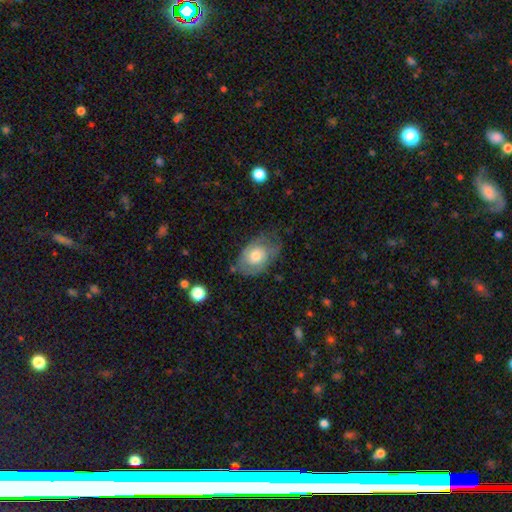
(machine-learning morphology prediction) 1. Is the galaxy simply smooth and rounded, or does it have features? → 49% smooth, 44% featured or disk, 7% star or artifact.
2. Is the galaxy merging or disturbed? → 48% none, 33% minor disturbance, 17% major disturbance, 2% merger.